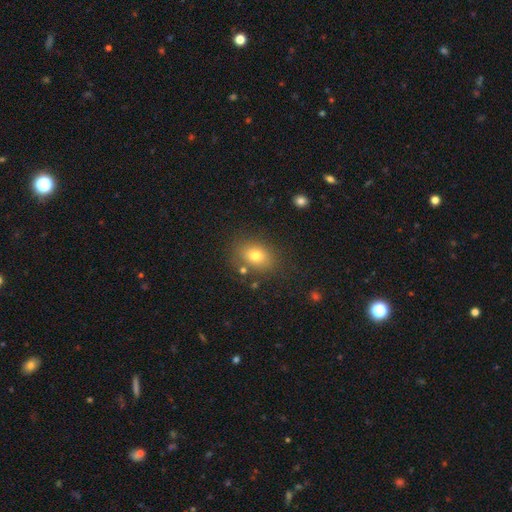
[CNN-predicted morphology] Smooth or featured? smooth (75%)
How rounded? in between (61%)
Merging? none (80%)